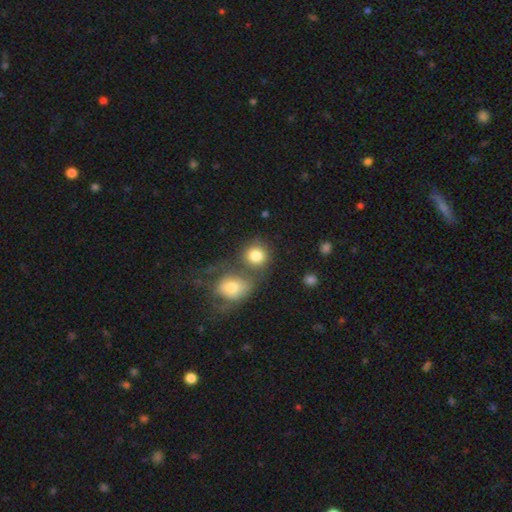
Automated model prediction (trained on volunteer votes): Smooth or featured: smooth — 82% (featured or disk — 9%)
How rounded: round — 80% (in between — 19%)
Merging: none — 45% (merger — 38%)